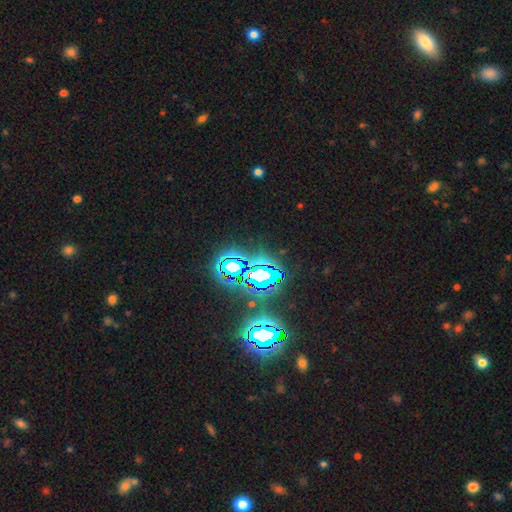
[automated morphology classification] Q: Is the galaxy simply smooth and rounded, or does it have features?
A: star or artifact — 79%.